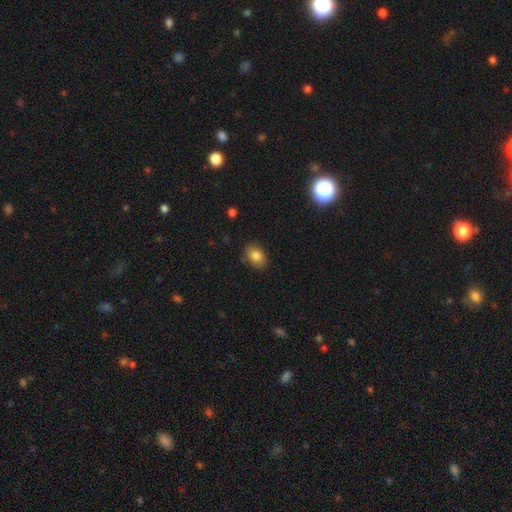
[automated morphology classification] A smooth galaxy with no disk features (84%) that is in between round and cigar-shaped (80%).

Vote fractions:
- Smooth or featured? smooth: 84% / star or artifact: 9% / featured or disk: 7%
- How rounded? in between: 80% / round: 19% / cigar-shaped: 1%
- Merging? none: 83% / minor disturbance: 13% / major disturbance: 3% / merger: 1%